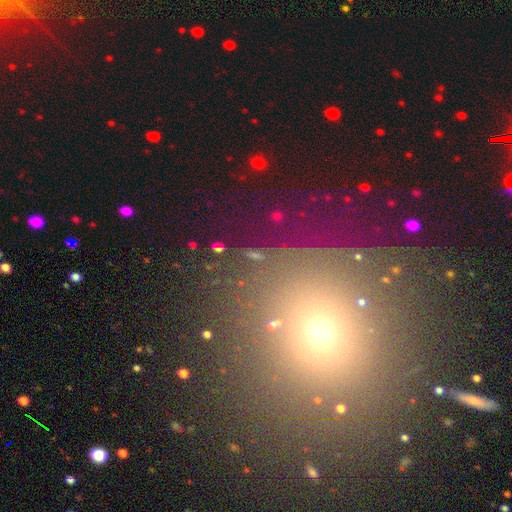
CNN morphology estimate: smooth 46%, star or artifact 42%, featured or disk 12%. Down the decision tree: merging — none (82%).